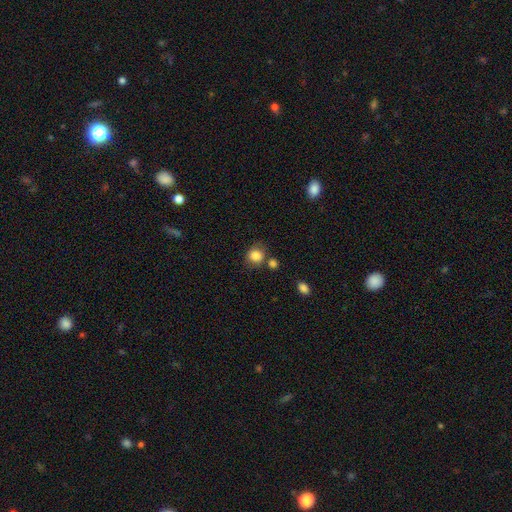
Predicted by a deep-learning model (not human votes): A smooth galaxy with no disk features (85%) that is round (79%). Merging: none (67%).